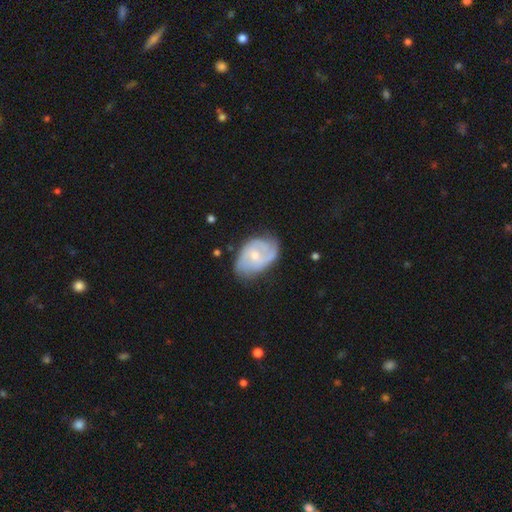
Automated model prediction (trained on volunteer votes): smooth_or_featured: featured or disk (p=0.69) [alt: smooth p=0.25]
disk_edge_on: no (p=0.96) [alt: yes p=0.04]
bar: no (p=0.61) [alt: weak p=0.34]
has_spiral_arms: yes (p=0.84) [alt: no p=0.16]
spiral_winding: medium (p=0.41) [alt: tight p=0.36]
spiral_arm_count: 2 (p=0.47) [alt: can't tell p=0.29]
bulge_size: small (p=0.53) [alt: moderate p=0.43]
merging: none (p=0.57) [alt: minor disturbance p=0.30]